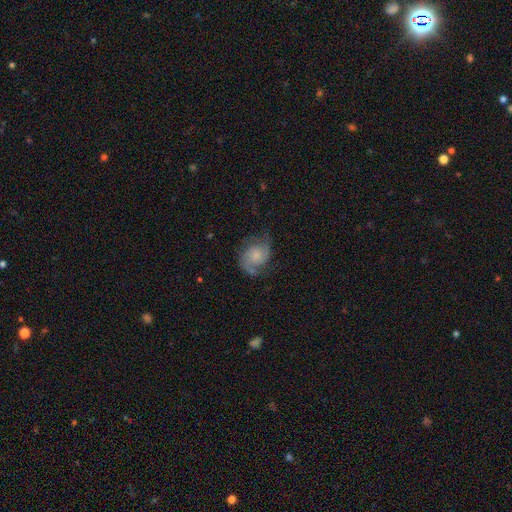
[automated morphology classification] Overall: featured or disk (77%). Edge-on disk: no (98%). Bar: no (72%). Spiral arms: yes (95%). Spiral arm count: 2 (87%). Spiral winding: medium (48%; loose 28%). Bulge size: small (43%; moderate 28%). Merging: none (66%).